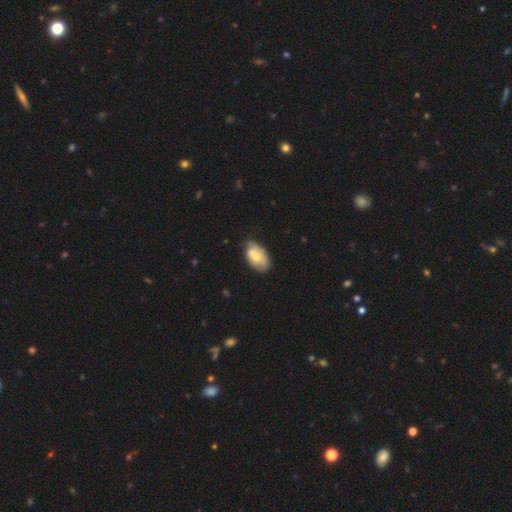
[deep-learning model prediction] Smooth or featured? Predicted: smooth (p=0.63). How rounded? Predicted: in between (p=0.94). Merging? Predicted: none (p=0.59).